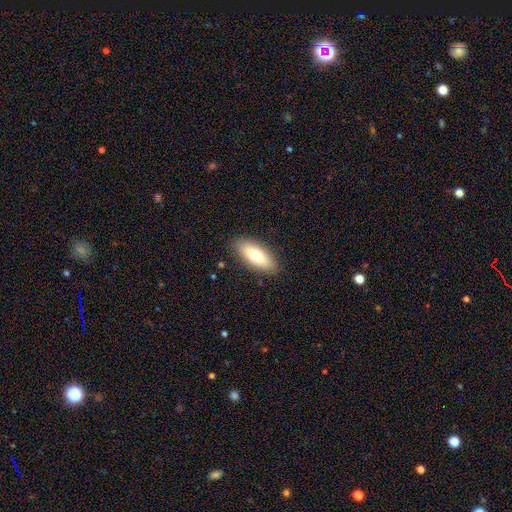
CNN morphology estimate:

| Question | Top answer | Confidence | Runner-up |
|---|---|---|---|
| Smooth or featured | smooth | 74% | featured or disk (19%) |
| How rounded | in between | 78% | cigar-shaped (20%) |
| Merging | none | 87% | minor disturbance (10%) |